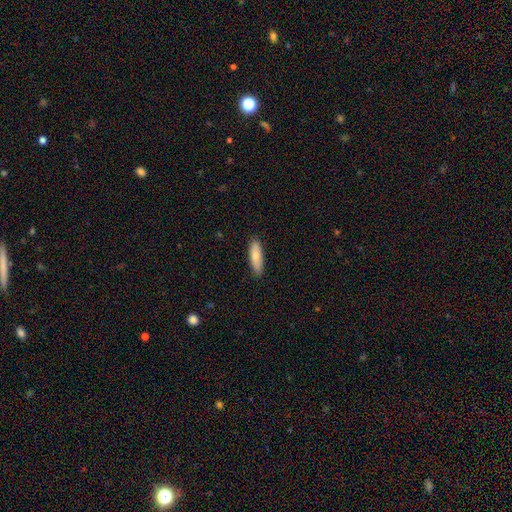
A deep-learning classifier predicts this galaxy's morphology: Smooth or featured? Predicted: smooth (p=0.76). How rounded? Predicted: in between (p=0.50). Merging? Predicted: none (p=0.87).